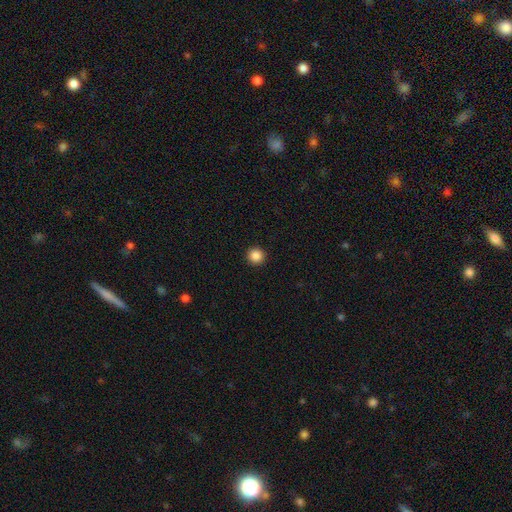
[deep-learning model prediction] Smooth or featured?
  - smooth: 87% *
  - star or artifact: 10%
  - featured or disk: 3%
How rounded?
  - round: 96% *
  - in between: 3%
  - cigar-shaped: 1%
Merging?
  - none: 94% *
  - minor disturbance: 4%
  - major disturbance: 1%
  - merger: 1%